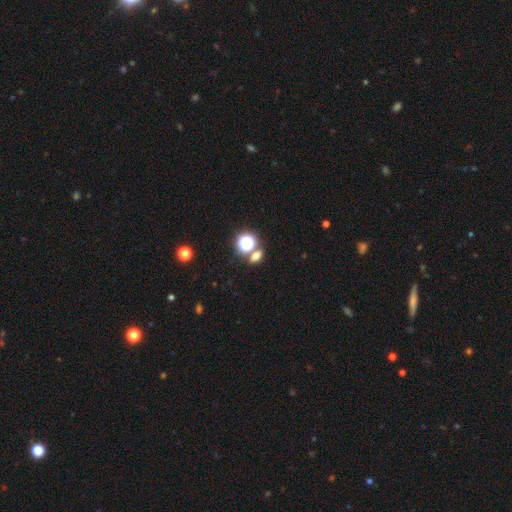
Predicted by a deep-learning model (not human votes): Smooth or featured: smooth — 59% (star or artifact — 30%)
How rounded: in between — 56% (round — 39%)
Merging: none — 68% (merger — 19%)